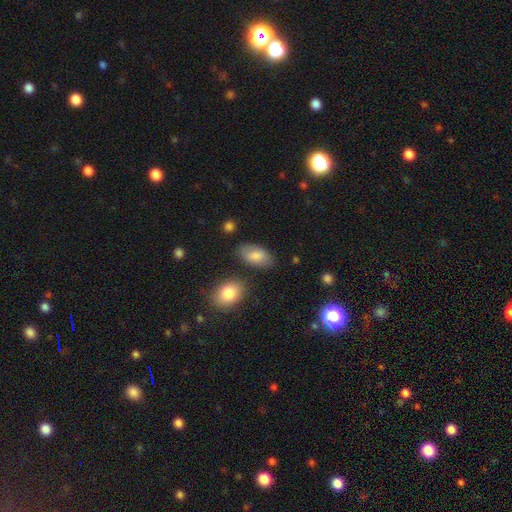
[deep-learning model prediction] Smooth or featured: smooth — 81% (featured or disk — 12%)
How rounded: in between — 94% (round — 4%)
Merging: none — 78% (minor disturbance — 15%)